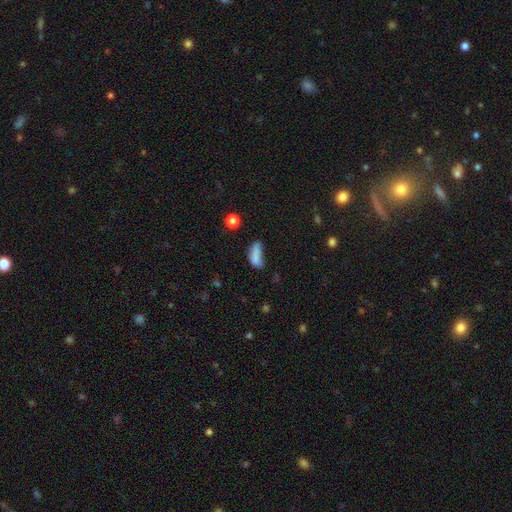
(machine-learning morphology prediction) This is likely a smooth galaxy (77%). How rounded: likely in between (74%). Merging: marginally minor disturbance (33%).